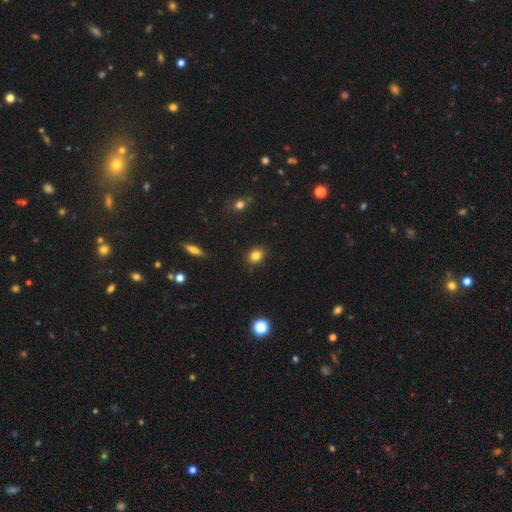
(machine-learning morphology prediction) Overall: smooth (83%). How rounded: round (52%; in between 47%). Merging: none (88%).